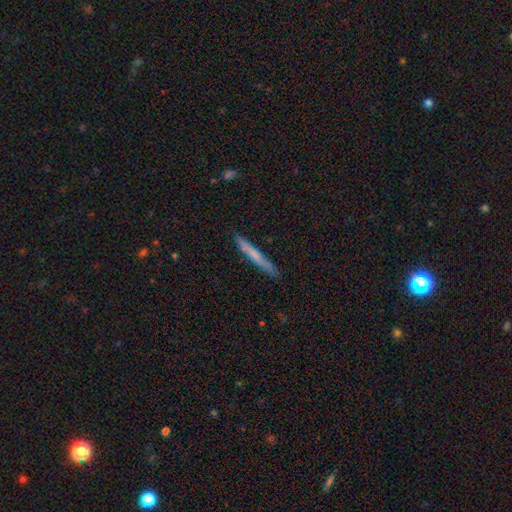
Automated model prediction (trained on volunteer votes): Smooth or featured? smooth (61%)
How rounded? cigar-shaped (96%)
Merging? none (87%)